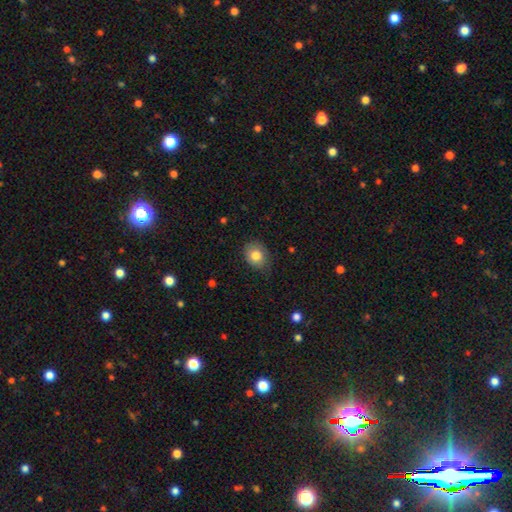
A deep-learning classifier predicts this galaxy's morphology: Q: Smooth or featured?
A: smooth (80%); runner-up: featured or disk (11%)
Q: How rounded?
A: round (52%); runner-up: in between (47%)
Q: Merging?
A: none (69%); runner-up: minor disturbance (25%)